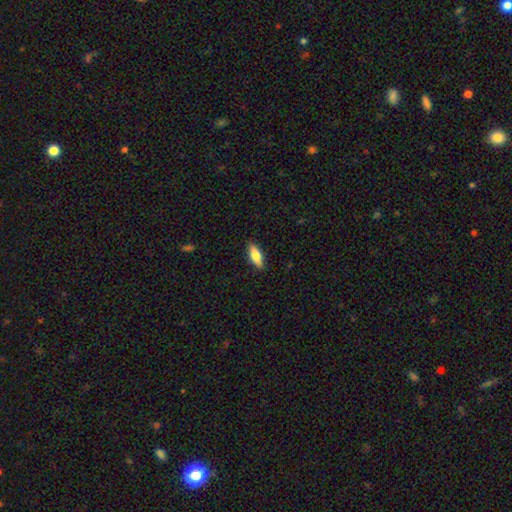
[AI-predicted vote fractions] smooth_or_featured: smooth (p=0.65) [alt: featured or disk p=0.29]
how_rounded: in between (p=0.63) [alt: cigar-shaped p=0.35]
merging: none (p=0.89) [alt: minor disturbance p=0.08]